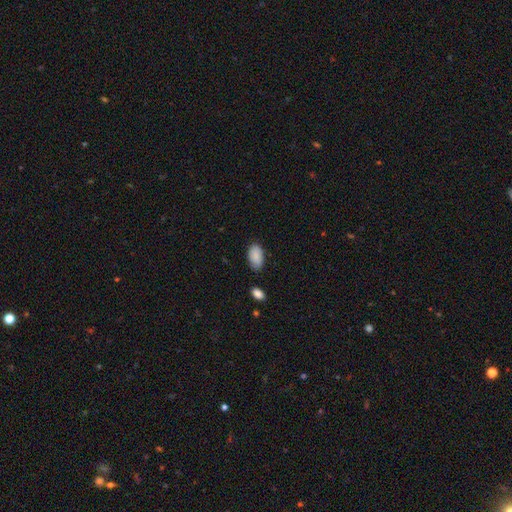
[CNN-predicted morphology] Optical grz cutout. It shows a smooth galaxy with no disk features (87%) that is in between round and cigar-shaped (94%). Merging: none (75%).